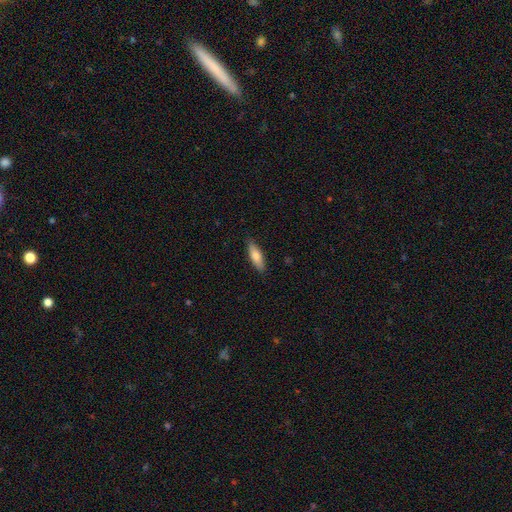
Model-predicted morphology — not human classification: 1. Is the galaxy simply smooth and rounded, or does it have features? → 74% smooth, 20% featured or disk, 6% star or artifact.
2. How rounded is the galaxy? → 50% in between, 48% cigar-shaped, 2% round.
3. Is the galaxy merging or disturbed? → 86% none, 11% minor disturbance, 2% major disturbance, 1% merger.